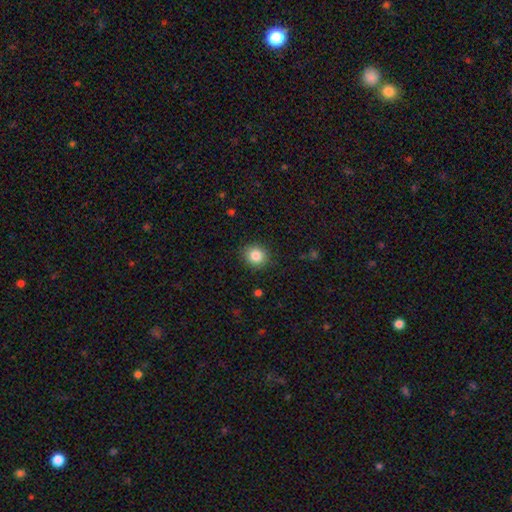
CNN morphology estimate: A smooth galaxy with no disk features (85%) that is round (86%).

Vote fractions:
- Smooth or featured? smooth: 85% / star or artifact: 10% / featured or disk: 5%
- How rounded? round: 86% / in between: 13% / cigar-shaped: 1%
- Merging? none: 89% / minor disturbance: 7% / major disturbance: 2% / merger: 1%